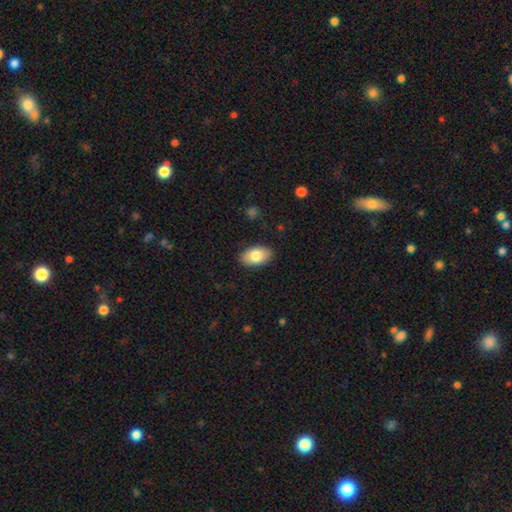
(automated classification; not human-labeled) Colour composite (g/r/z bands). It shows a smooth galaxy with no disk features (80%) that is in between round and cigar-shaped (93%). Merging: none (87%).